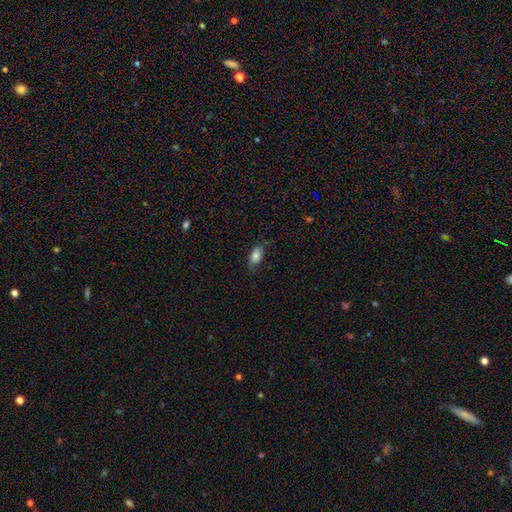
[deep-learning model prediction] Morphology: type=smooth (83%); roundness=in between (89%); merging=none (72%).